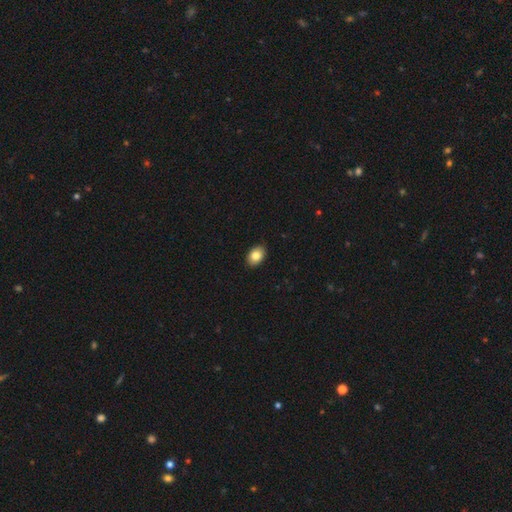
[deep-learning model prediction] Smooth or featured: smooth — 84% (star or artifact — 8%)
How rounded: in between — 81% (round — 18%)
Merging: none — 90% (minor disturbance — 8%)